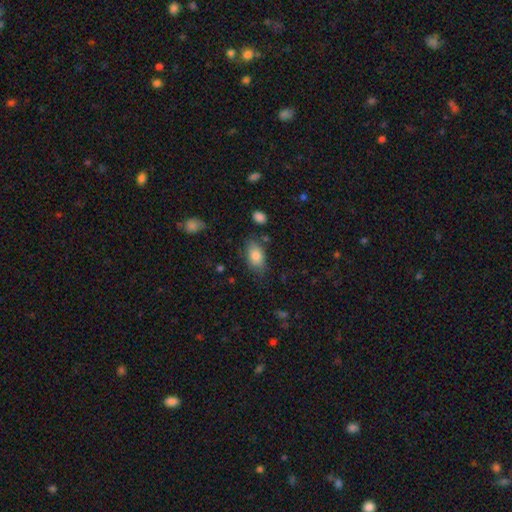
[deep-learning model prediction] This appears to be a smooth galaxy with no disk features (83%) that is in between round and cigar-shaped (90%). Merging: none (72%).